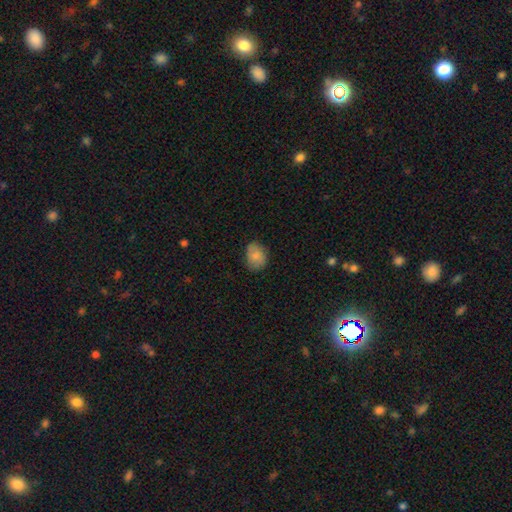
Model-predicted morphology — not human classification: smooth 78%, featured or disk 14%, star or artifact 8%. Down the decision tree: how rounded — in between (59%); merging — none (71%).